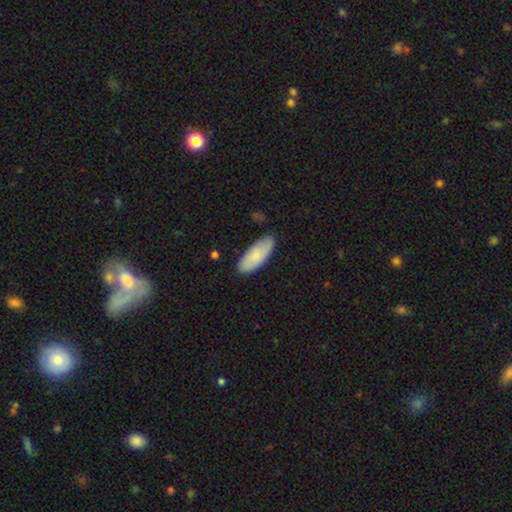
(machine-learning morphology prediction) A smooth galaxy with no disk features (77%) that is in between round and cigar-shaped (81%).

Vote fractions:
- Smooth or featured? smooth: 77% / featured or disk: 18% / star or artifact: 6%
- How rounded? in between: 81% / cigar-shaped: 17% / round: 2%
- Merging? none: 81% / minor disturbance: 15% / major disturbance: 2% / merger: 1%